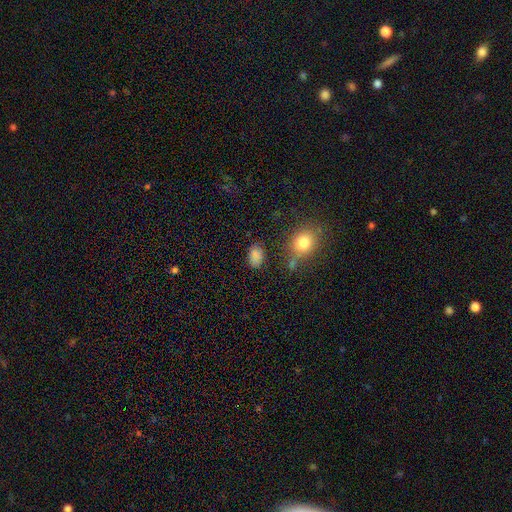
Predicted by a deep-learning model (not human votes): A smooth galaxy with no disk features (83%) that is in between round and cigar-shaped (87%).

Vote fractions:
- Smooth or featured? smooth: 83% / star or artifact: 12% / featured or disk: 5%
- How rounded? in between: 87% / round: 12% / cigar-shaped: 1%
- Merging? none: 75% / minor disturbance: 15% / merger: 5% / major disturbance: 5%